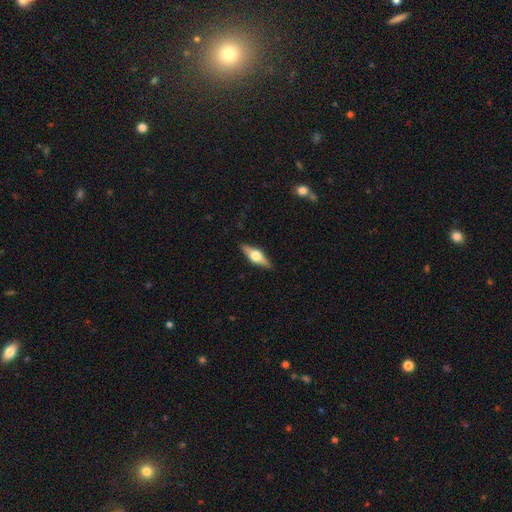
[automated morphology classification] Q: Smooth or featured?
A: featured or disk (66%); runner-up: smooth (29%)
Q: Edge-on disk?
A: yes (95%); runner-up: no (5%)
Q: Edge-on bulge?
A: rounded (95%); runner-up: boxy (4%)
Q: Merging?
A: none (89%); runner-up: minor disturbance (8%)